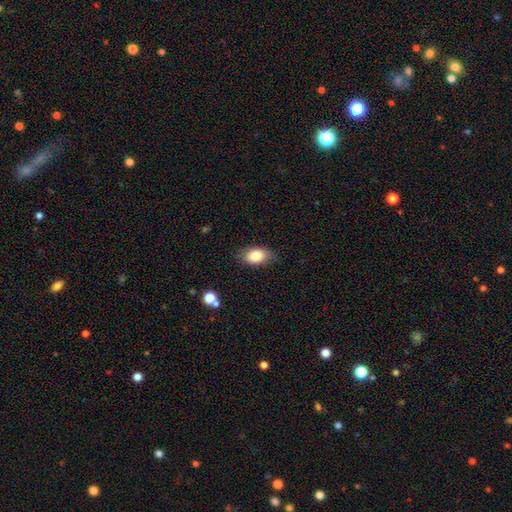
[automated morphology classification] type=smooth (83%); roundness=in between (89%); merging=none (79%).